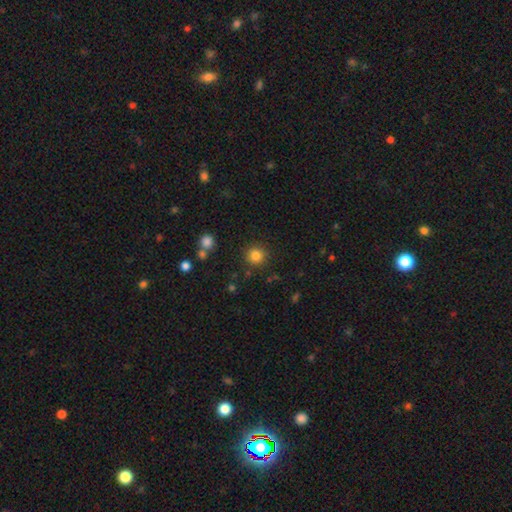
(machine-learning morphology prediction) A smooth galaxy with no disk features (83%) that is round (93%).

Vote fractions:
- Smooth or featured? smooth: 83% / star or artifact: 12% / featured or disk: 5%
- How rounded? round: 93% / in between: 6% / cigar-shaped: 1%
- Merging? none: 88% / minor disturbance: 7% / merger: 3% / major disturbance: 3%